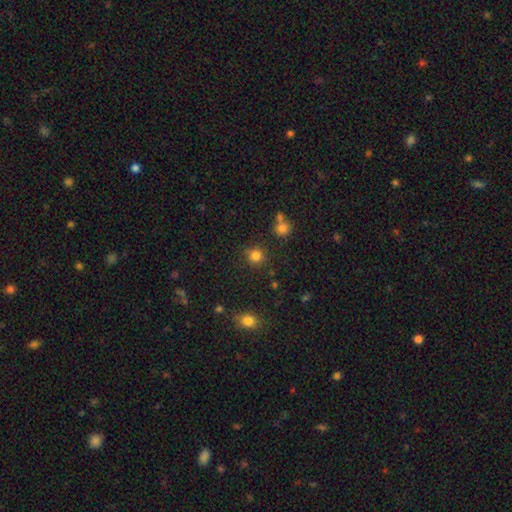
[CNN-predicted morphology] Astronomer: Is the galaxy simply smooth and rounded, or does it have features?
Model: smooth — 82%.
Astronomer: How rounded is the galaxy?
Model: round — 91%.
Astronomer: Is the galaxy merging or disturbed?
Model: none — 81%.